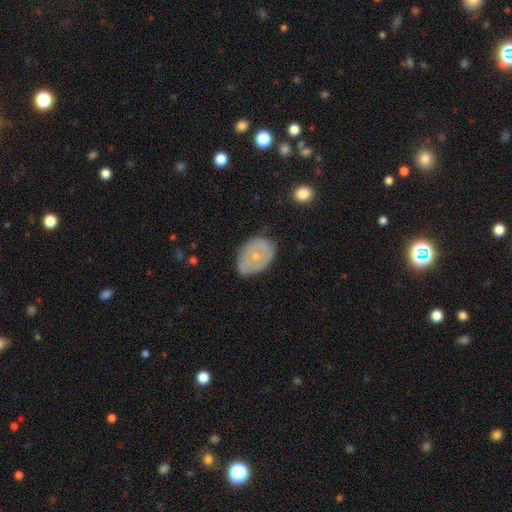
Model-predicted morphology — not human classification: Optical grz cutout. It shows a smooth galaxy with no disk features (49%). Merging: none (67%).